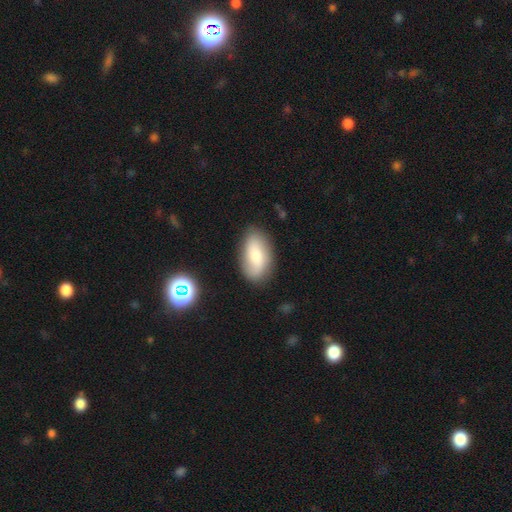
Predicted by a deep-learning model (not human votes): This is likely a smooth galaxy (68%). How rounded: clearly in between (92%). Merging: clearly none (80%).